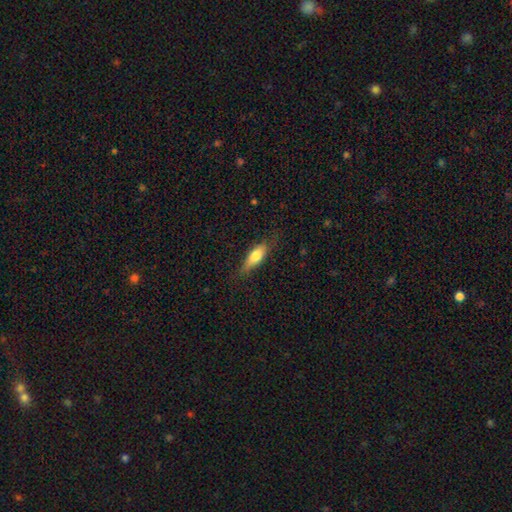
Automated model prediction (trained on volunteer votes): The model was most divided on "how rounded": in between: 62%, cigar-shaped: 36%, round: 3%. More confident: merging — none (72%); smooth or featured — smooth (70%).